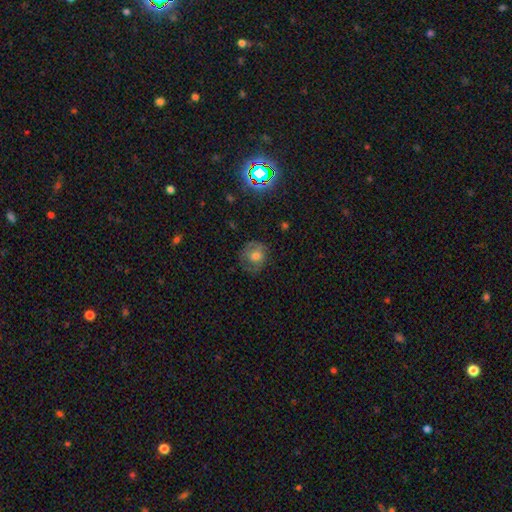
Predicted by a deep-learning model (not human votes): Smooth or featured? Predicted: smooth (p=0.55). How rounded? Predicted: round (p=0.77). Merging? Predicted: none (p=0.64).